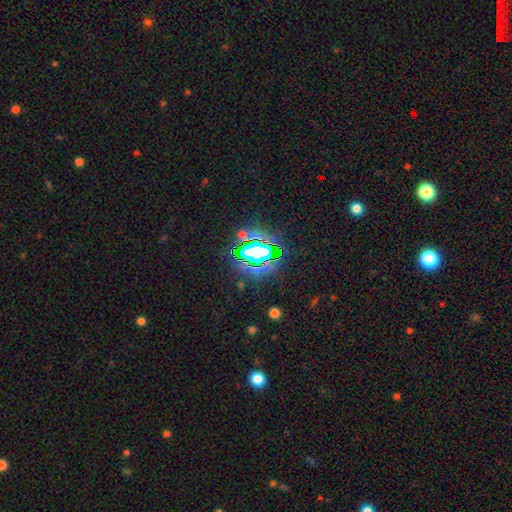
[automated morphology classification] This is clearly a star or artifact rather than a galaxy (81%).